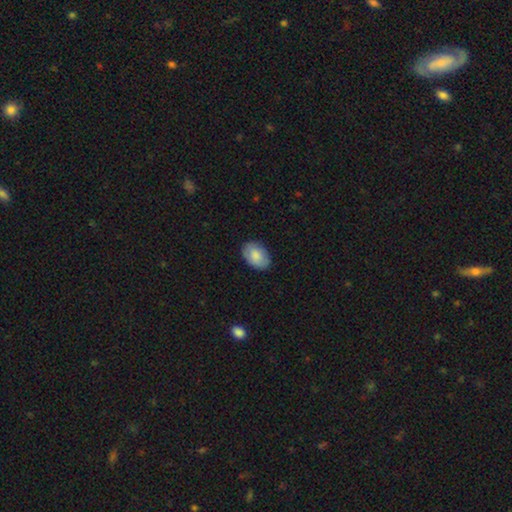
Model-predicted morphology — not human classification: Smooth or featured? Predicted: smooth (p=0.83). How rounded? Predicted: in between (p=0.88). Merging? Predicted: none (p=0.84).